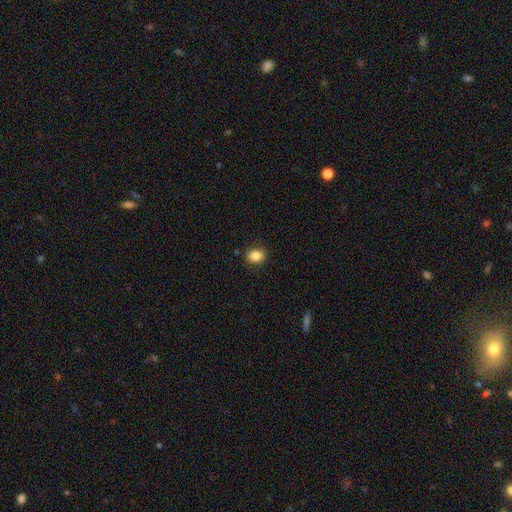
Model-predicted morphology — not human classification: A smooth galaxy with no disk features (86%) that is round (51%). Merging: none (87%).